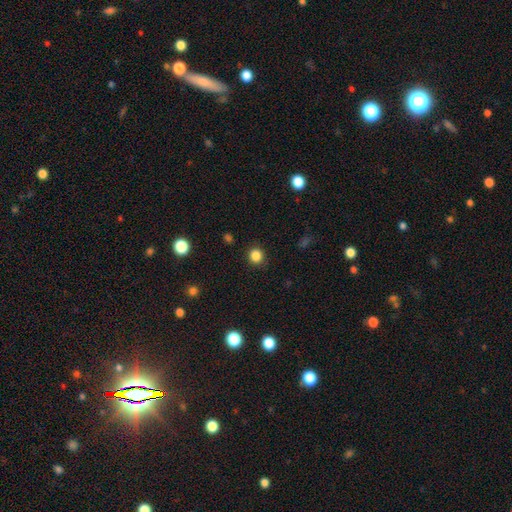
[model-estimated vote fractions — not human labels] A smooth galaxy with no disk features (85%) that is round (90%).

Vote fractions:
- Smooth or featured? smooth: 85% / star or artifact: 12% / featured or disk: 3%
- How rounded? round: 90% / in between: 10% / cigar-shaped: 1%
- Merging? none: 91% / minor disturbance: 6% / major disturbance: 2% / merger: 1%